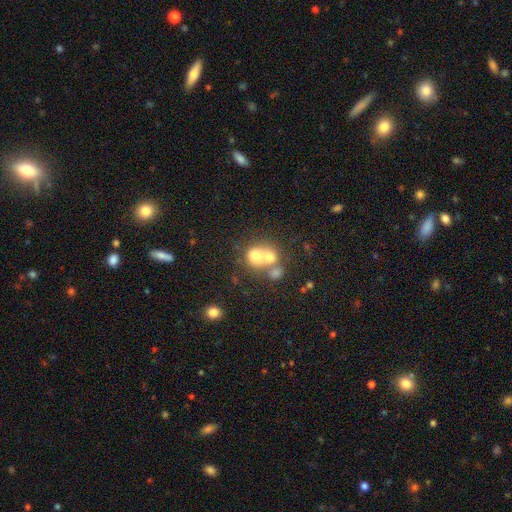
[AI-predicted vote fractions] A smooth galaxy with no disk features (65%) that is round (73%). Merging: merger (64%).